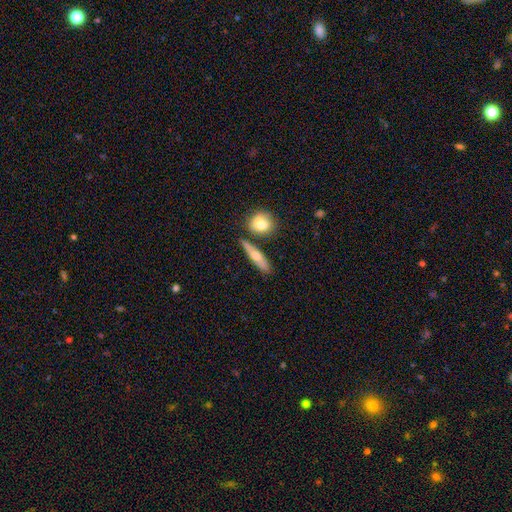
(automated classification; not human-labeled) A smooth galaxy with no disk features (55%) that is cigar-shaped (69%). Merging: none (70%).